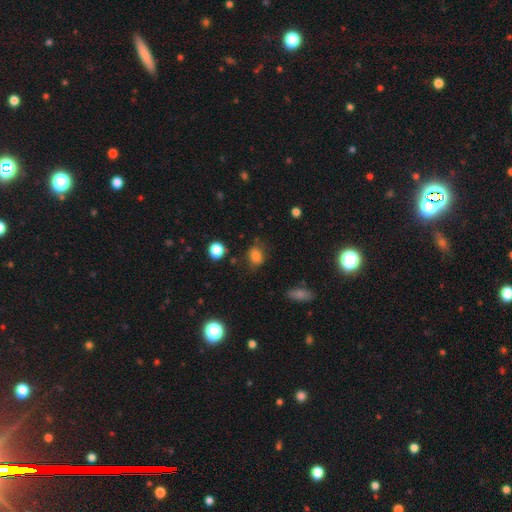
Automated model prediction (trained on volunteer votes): This is likely a smooth galaxy (80%). How rounded: likely in between (60%). Merging: likely none (67%).